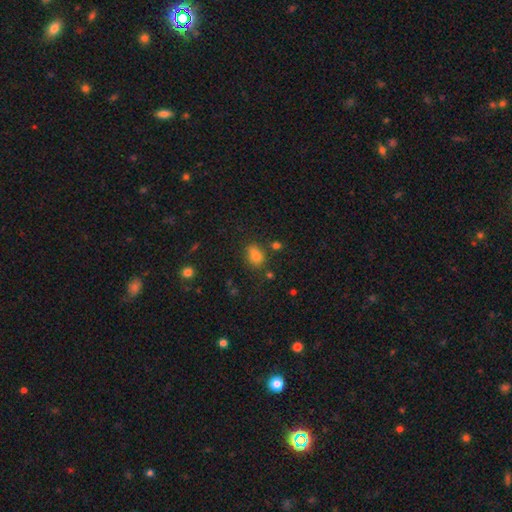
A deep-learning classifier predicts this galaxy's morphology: This is likely a smooth galaxy (77%). How rounded: likely in between (68%). Merging: likely none (66%).